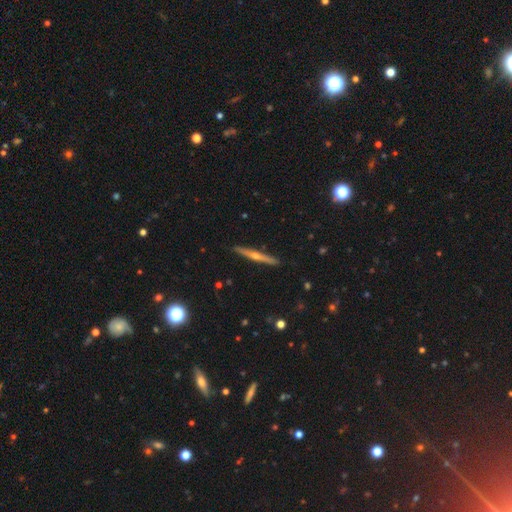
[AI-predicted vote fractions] Morphology: type=featured or disk (73%); edge-on=yes (98%); edge-on bulge=rounded (86%); merging=none (91%).